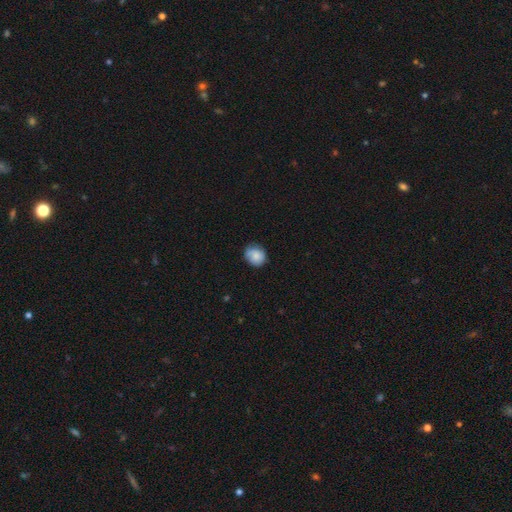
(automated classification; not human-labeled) smooth-or-featured: smooth: 81% | featured or disk: 12% | star or artifact: 8%
  how-rounded: round: 73% | in between: 26% | cigar-shaped: 1%
  merging: none: 70% | minor disturbance: 24% | major disturbance: 5% | merger: 1%